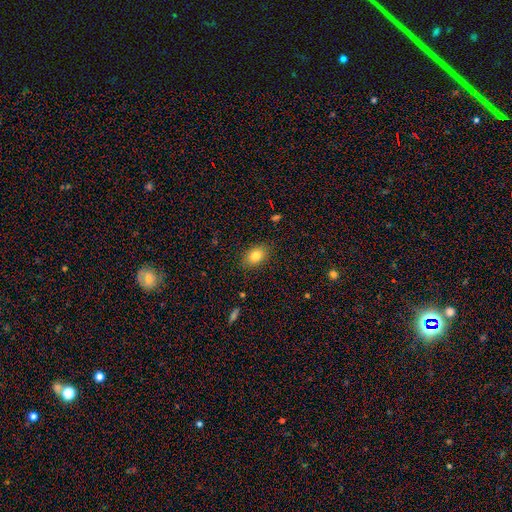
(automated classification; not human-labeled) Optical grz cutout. It shows a smooth galaxy with no disk features (81%) that is in between round and cigar-shaped (83%). Merging: none (86%).